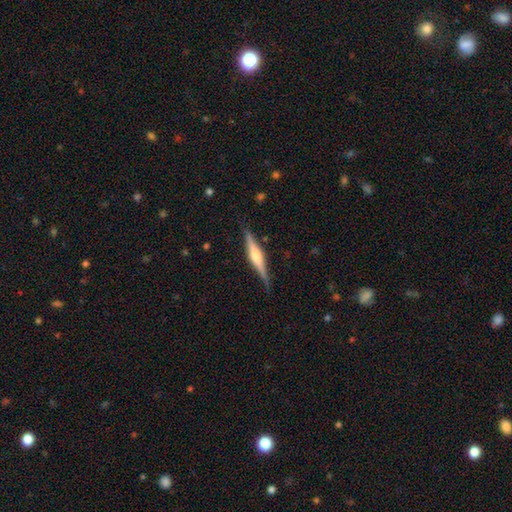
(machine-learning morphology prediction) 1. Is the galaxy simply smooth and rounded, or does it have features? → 70% featured or disk, 24% smooth, 6% star or artifact.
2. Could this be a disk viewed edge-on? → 97% yes, 3% no.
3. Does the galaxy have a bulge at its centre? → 79% rounded, 14% boxy, 7% none.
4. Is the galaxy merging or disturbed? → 84% none, 12% minor disturbance, 2% major disturbance, 1% merger.